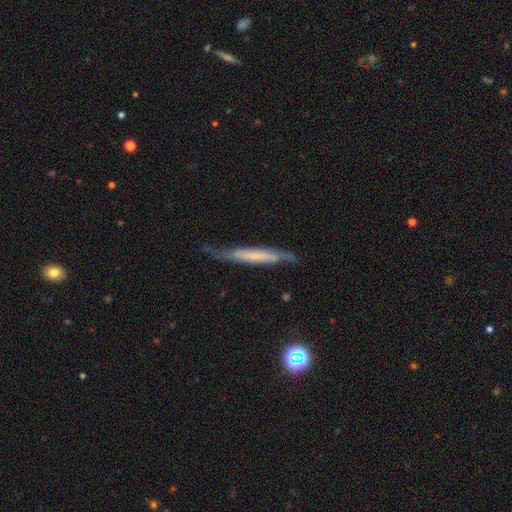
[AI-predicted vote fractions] featured or disk 58%, smooth 35%, star or artifact 7%. Down the decision tree: edge-on disk — yes (72%); merging — none (59%).